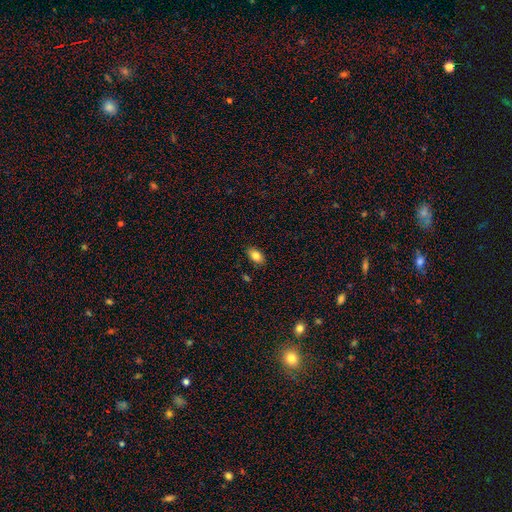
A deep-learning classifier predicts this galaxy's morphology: Q: Smooth or featured?
A: smooth (83%); runner-up: star or artifact (8%)
Q: How rounded?
A: in between (90%); runner-up: round (8%)
Q: Merging?
A: none (86%); runner-up: minor disturbance (10%)